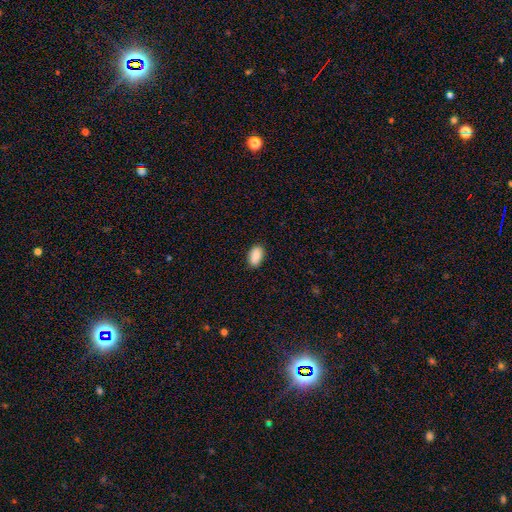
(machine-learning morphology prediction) Overall: smooth (90%). How rounded: in between (93%). Merging: none (87%).